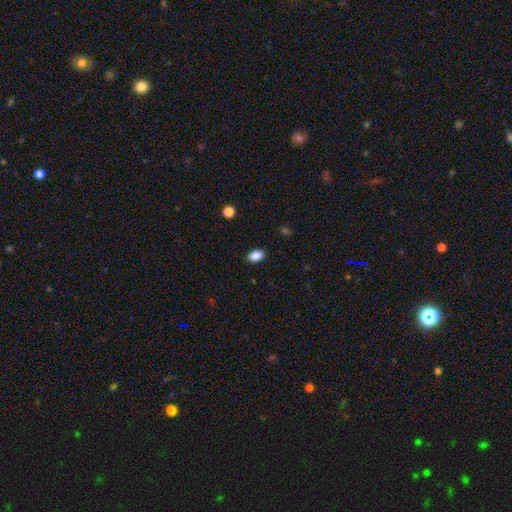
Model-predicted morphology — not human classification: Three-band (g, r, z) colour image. It shows a smooth galaxy with no disk features (88%) that is in between round and cigar-shaped (88%). Merging: none (89%).